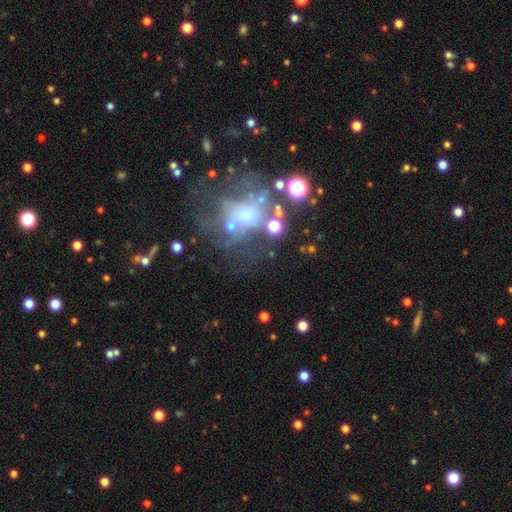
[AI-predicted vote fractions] Smooth or featured: featured or disk — 44% (star or artifact — 35%)
Merging: none — 55% (major disturbance — 19%)